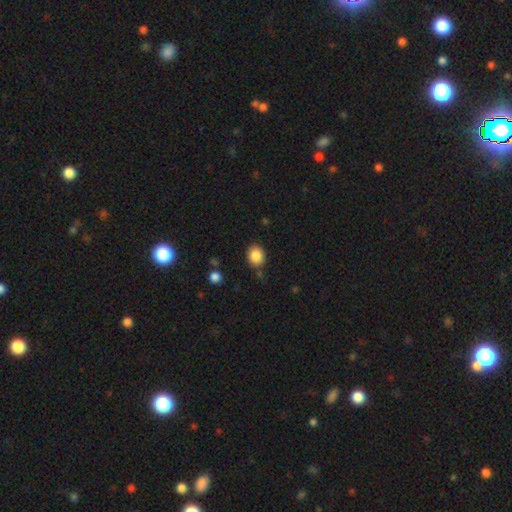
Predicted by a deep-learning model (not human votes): Smooth or featured? smooth (86%)
How rounded? round (65%)
Merging? none (83%)